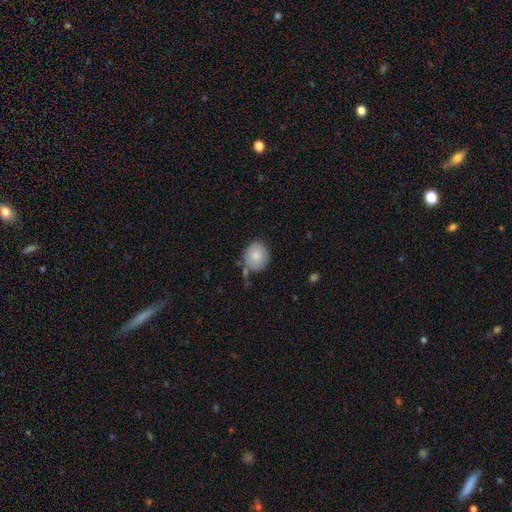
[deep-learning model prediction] The model was most divided on "how rounded": round: 68%, in between: 31%, cigar-shaped: 1%. More confident: smooth or featured — smooth (83%); merging — none (72%).